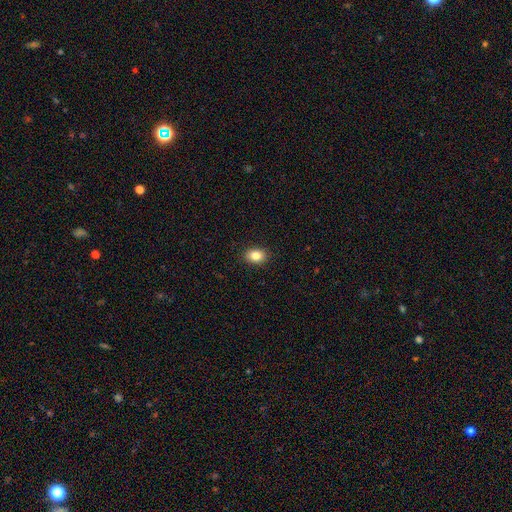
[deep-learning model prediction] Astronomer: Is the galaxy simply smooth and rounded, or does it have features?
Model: smooth — 85%.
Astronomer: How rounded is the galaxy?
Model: in between — 69%.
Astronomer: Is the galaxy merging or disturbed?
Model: none — 90%.